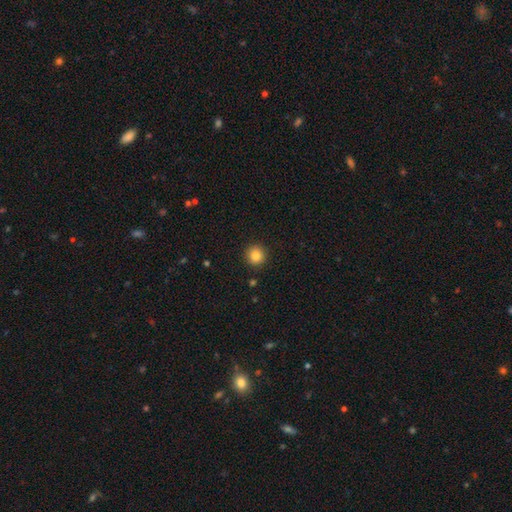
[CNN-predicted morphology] Smooth or featured? smooth (84%)
How rounded? round (94%)
Merging? none (92%)